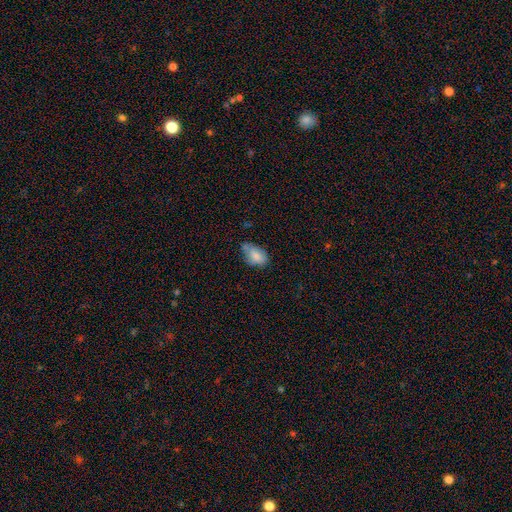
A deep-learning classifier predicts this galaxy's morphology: Smooth or featured? smooth (81%)
How rounded? in between (89%)
Merging? none (49%)